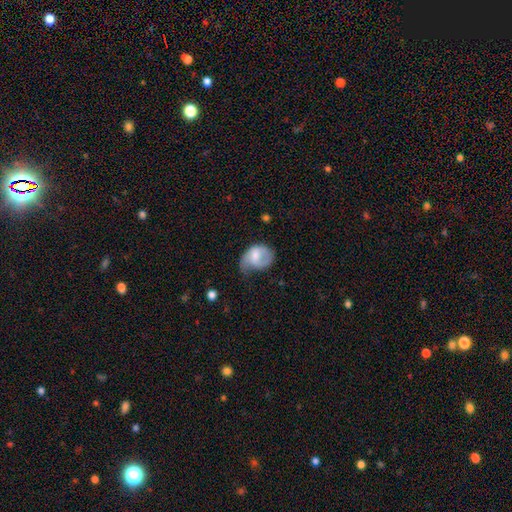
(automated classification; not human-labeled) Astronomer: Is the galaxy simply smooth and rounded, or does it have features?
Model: smooth — 53% (runner-up: featured or disk, 41%).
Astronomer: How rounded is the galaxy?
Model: in between — 68%.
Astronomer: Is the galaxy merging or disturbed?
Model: minor disturbance — 38% (runner-up: major disturbance, 32%).